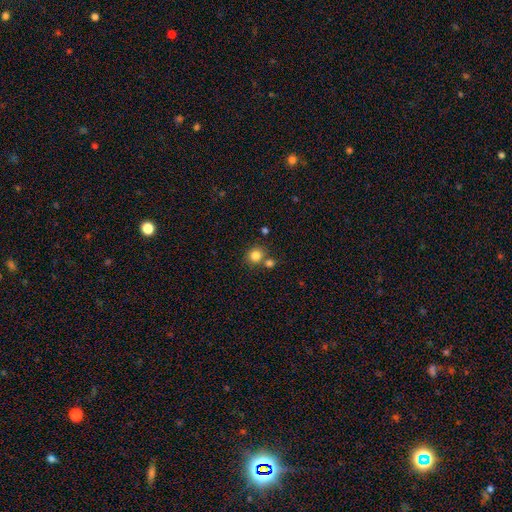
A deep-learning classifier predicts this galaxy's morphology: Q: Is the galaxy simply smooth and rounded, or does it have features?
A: smooth — 83%.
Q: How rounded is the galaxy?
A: round — 83%.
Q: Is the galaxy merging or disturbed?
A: none — 64%.